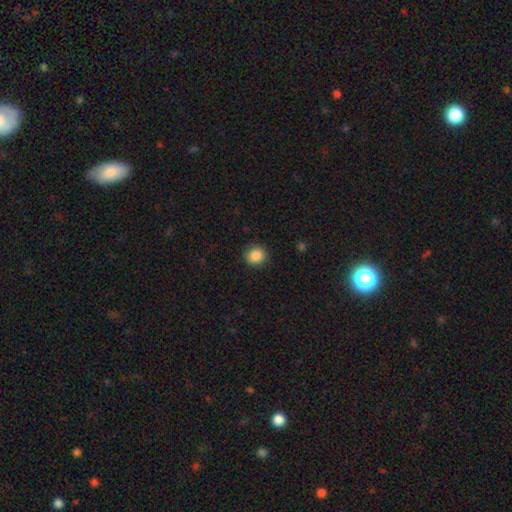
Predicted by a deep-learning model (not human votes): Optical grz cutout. It shows a smooth galaxy with no disk features (87%) that is round (81%). Merging: none (89%).